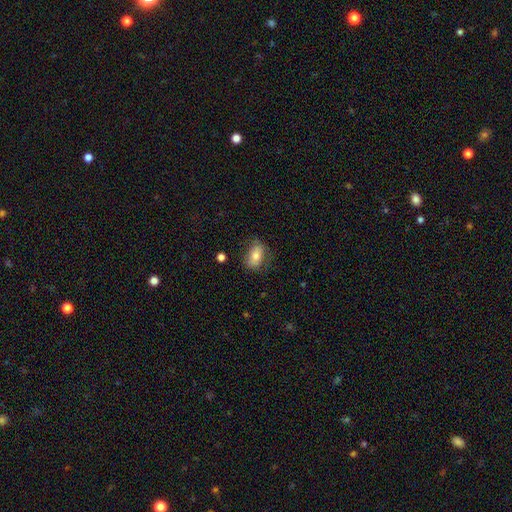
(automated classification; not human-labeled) smooth_or_featured: smooth (p=0.72) [alt: featured or disk p=0.20]
how_rounded: in between (p=0.85) [alt: round p=0.12]
merging: none (p=0.69) [alt: minor disturbance p=0.21]